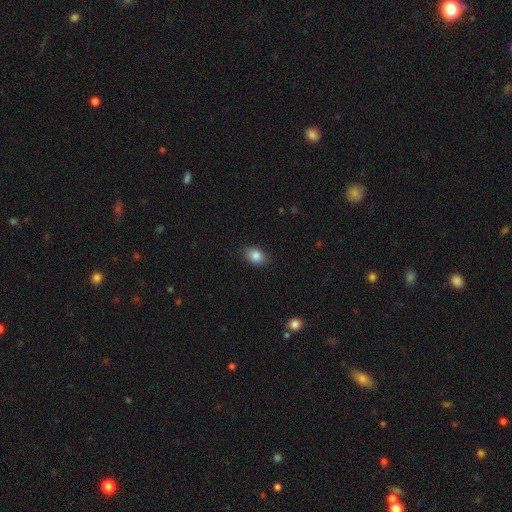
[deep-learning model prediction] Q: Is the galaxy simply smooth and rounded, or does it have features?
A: smooth — 86%.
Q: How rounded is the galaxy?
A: in between — 75%.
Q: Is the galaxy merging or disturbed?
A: none — 84%.